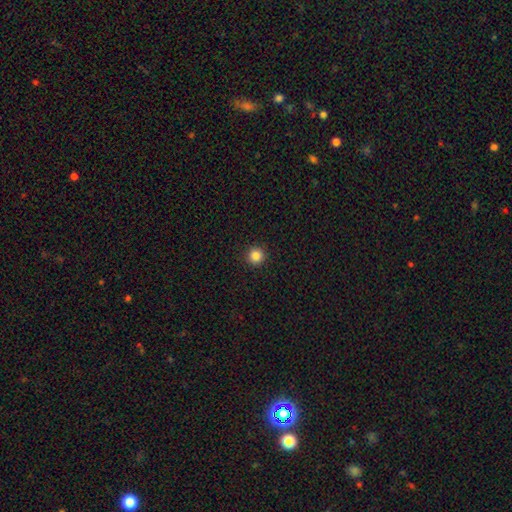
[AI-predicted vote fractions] A smooth galaxy with no disk features (85%) that is round (96%).

Vote fractions:
- Smooth or featured? smooth: 85% / star or artifact: 11% / featured or disk: 4%
- How rounded? round: 96% / in between: 3% / cigar-shaped: 1%
- Merging? none: 94% / minor disturbance: 4% / major disturbance: 1% / merger: 1%